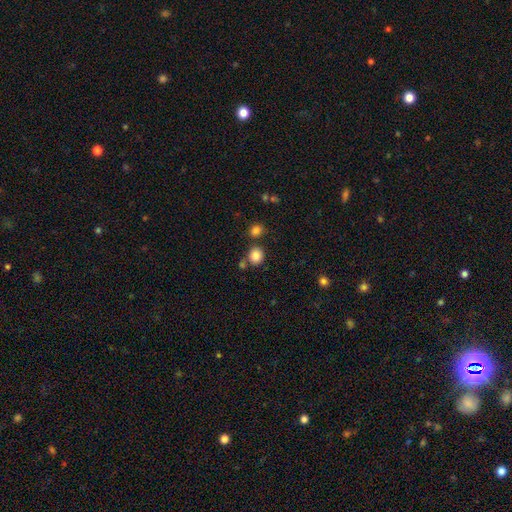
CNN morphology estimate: A smooth galaxy with no disk features (84%) that is round (79%). Merging: none (74%).